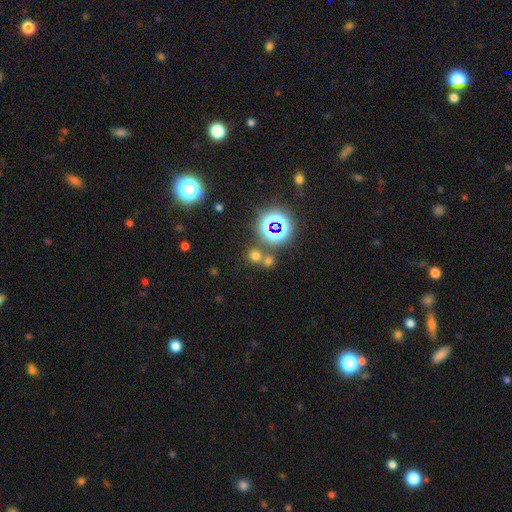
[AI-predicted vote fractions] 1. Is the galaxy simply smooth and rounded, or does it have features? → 56% smooth, 36% star or artifact, 8% featured or disk.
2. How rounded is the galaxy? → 85% round, 14% in between, 1% cigar-shaped.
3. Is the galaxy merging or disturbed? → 64% none, 25% merger, 7% minor disturbance, 4% major disturbance.